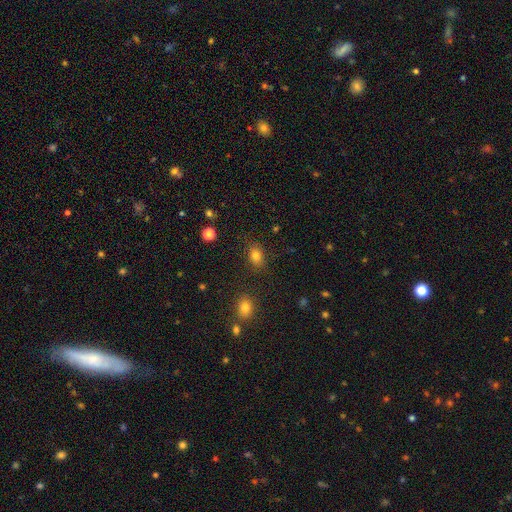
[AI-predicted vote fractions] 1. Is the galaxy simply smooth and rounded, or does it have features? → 79% smooth, 13% star or artifact, 8% featured or disk.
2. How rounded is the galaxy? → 71% in between, 28% round, 1% cigar-shaped.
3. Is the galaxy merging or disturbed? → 82% none, 12% minor disturbance, 4% major disturbance, 2% merger.